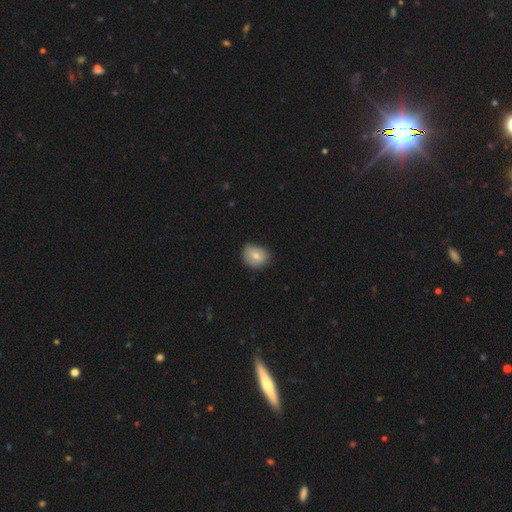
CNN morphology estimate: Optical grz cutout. It shows a smooth galaxy with no disk features (75%) that is round (57%). Merging: none (63%).